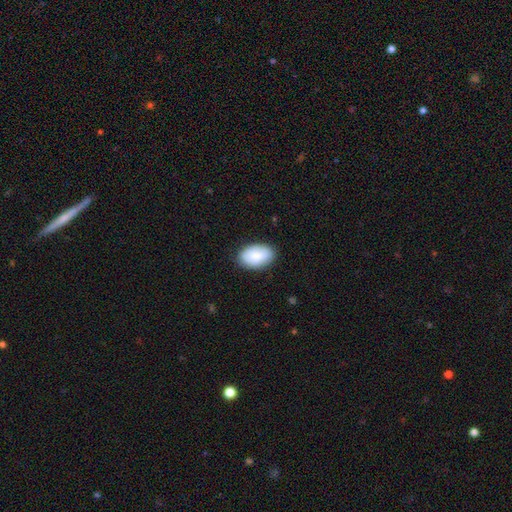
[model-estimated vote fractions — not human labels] smooth_or_featured: smooth (p=0.83) [alt: featured or disk p=0.10]
how_rounded: in between (p=0.92) [alt: round p=0.07]
merging: none (p=0.83) [alt: minor disturbance p=0.13]